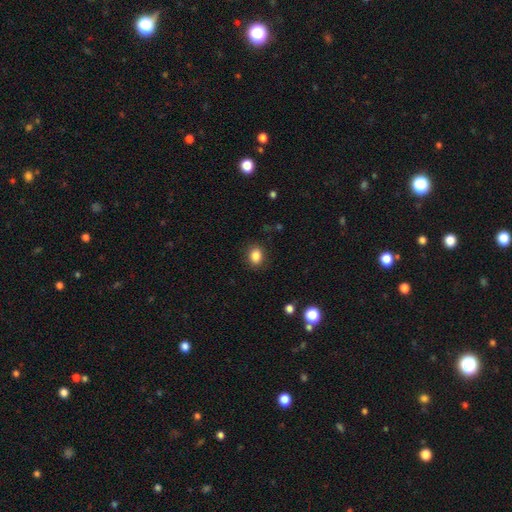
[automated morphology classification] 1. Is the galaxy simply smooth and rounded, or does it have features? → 86% smooth, 10% star or artifact, 4% featured or disk.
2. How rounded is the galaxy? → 56% in between, 43% round, 1% cigar-shaped.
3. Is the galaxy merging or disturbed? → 87% none, 9% minor disturbance, 3% major disturbance, 1% merger.